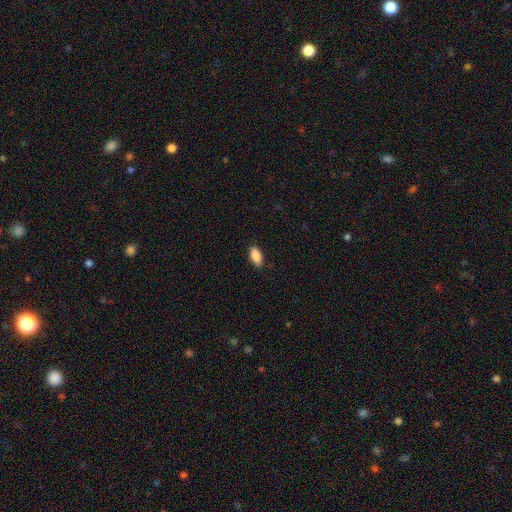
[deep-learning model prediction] Smooth or featured?
  - smooth: 89% *
  - star or artifact: 7%
  - featured or disk: 5%
How rounded?
  - in between: 89% *
  - cigar-shaped: 9%
  - round: 2%
Merging?
  - none: 87% *
  - minor disturbance: 10%
  - major disturbance: 2%
  - merger: 1%